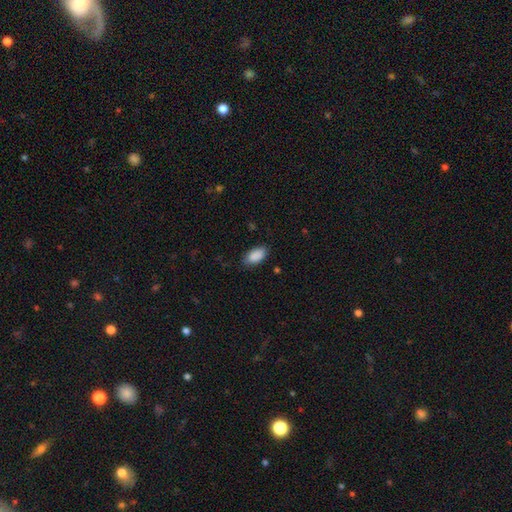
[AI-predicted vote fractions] The model was most divided on "merging": none: 80%, minor disturbance: 15%, major disturbance: 3%, merger: 1%. More confident: how rounded — in between (94%); smooth or featured — smooth (90%).